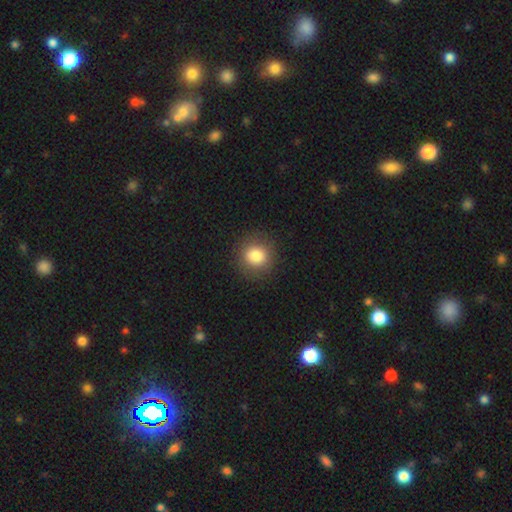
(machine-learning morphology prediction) Overall: smooth (83%). How rounded: round (88%). Merging: none (89%).